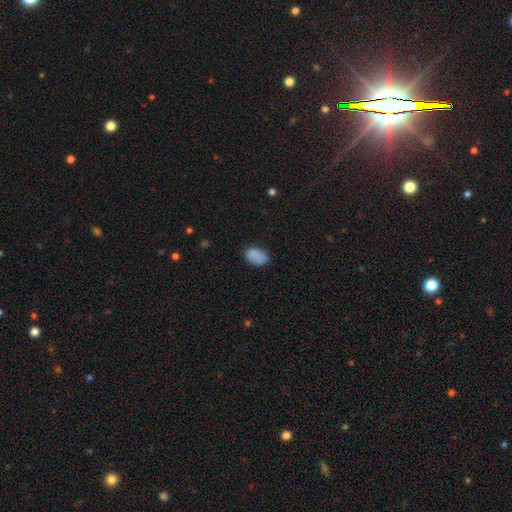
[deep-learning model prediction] Smooth or featured?
  - smooth: 84% *
  - star or artifact: 9%
  - featured or disk: 7%
How rounded?
  - in between: 89% *
  - round: 10%
  - cigar-shaped: 1%
Merging?
  - none: 68% *
  - minor disturbance: 23%
  - major disturbance: 6%
  - merger: 3%